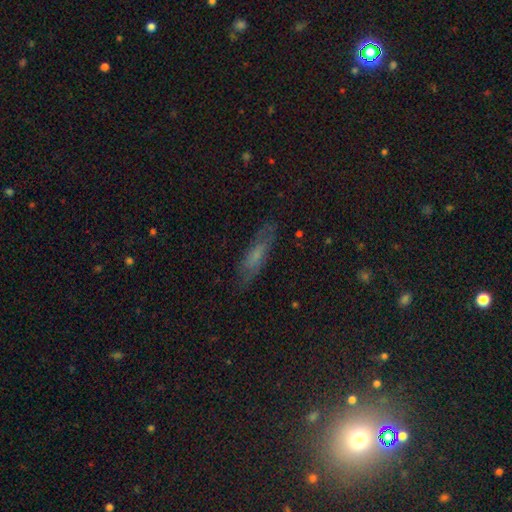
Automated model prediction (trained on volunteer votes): A smooth galaxy with no disk features (47%). Merging: none (78%).